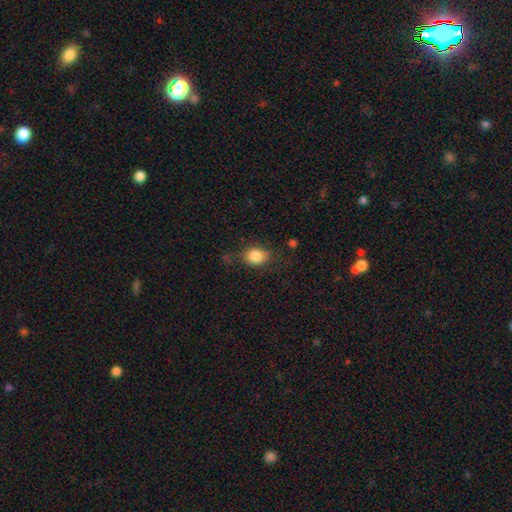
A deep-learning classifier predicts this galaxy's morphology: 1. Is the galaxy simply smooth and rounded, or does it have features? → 83% smooth, 9% star or artifact, 8% featured or disk.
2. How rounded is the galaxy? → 53% in between, 45% round, 1% cigar-shaped.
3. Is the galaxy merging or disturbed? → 70% none, 20% minor disturbance, 8% major disturbance, 2% merger.